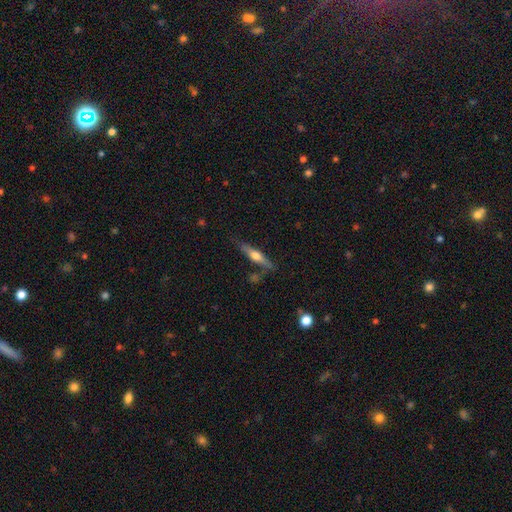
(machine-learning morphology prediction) type=featured or disk (56%); edge-on=yes (94%); edge-on bulge=rounded (91%); merging=none (76%).